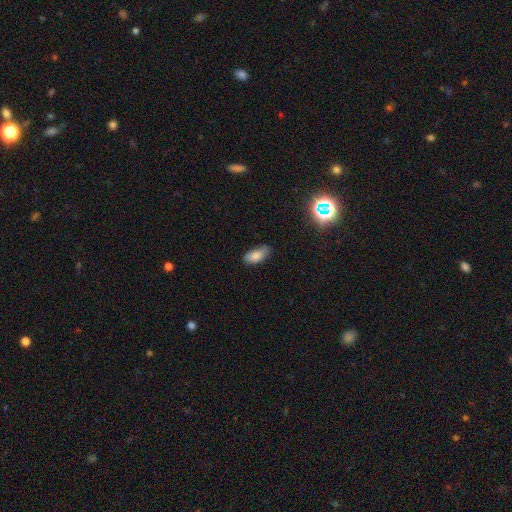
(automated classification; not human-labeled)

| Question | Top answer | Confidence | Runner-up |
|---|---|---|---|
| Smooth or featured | smooth | 83% | star or artifact (9%) |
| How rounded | in between | 88% | cigar-shaped (10%) |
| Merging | none | 68% | minor disturbance (26%) |